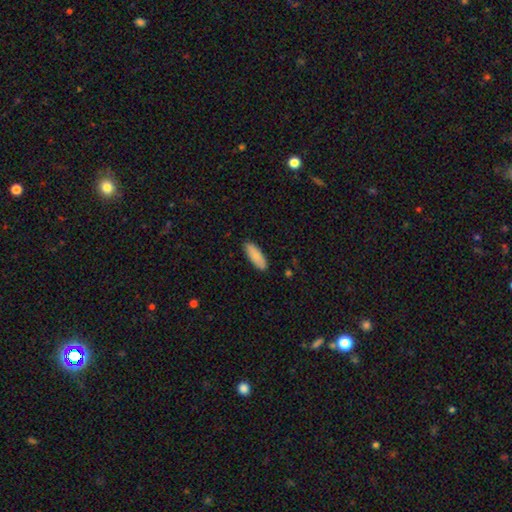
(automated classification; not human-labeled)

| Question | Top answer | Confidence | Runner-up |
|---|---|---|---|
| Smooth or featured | smooth | 85% | featured or disk (10%) |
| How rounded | in between | 66% | cigar-shaped (33%) |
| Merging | none | 87% | minor disturbance (10%) |